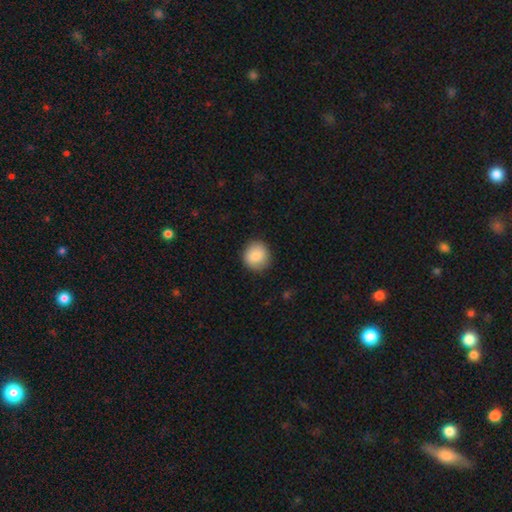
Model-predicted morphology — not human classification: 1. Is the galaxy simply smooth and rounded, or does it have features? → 87% smooth, 7% star or artifact, 5% featured or disk.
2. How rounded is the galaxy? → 91% round, 8% in between, 1% cigar-shaped.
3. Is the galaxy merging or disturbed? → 89% none, 8% minor disturbance, 2% major disturbance, 1% merger.